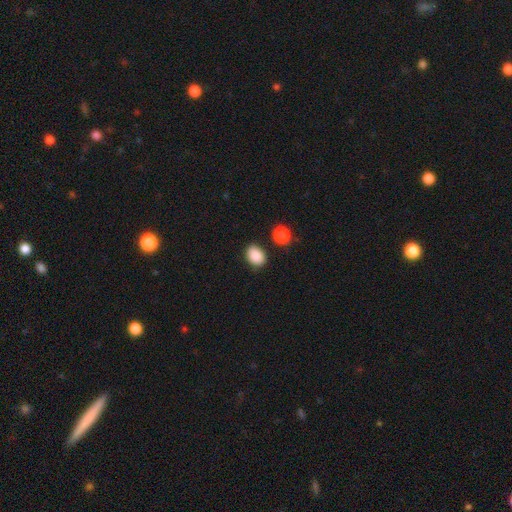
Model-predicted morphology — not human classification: A smooth galaxy with no disk features (88%) that is in between round and cigar-shaped (66%). Merging: none (79%).